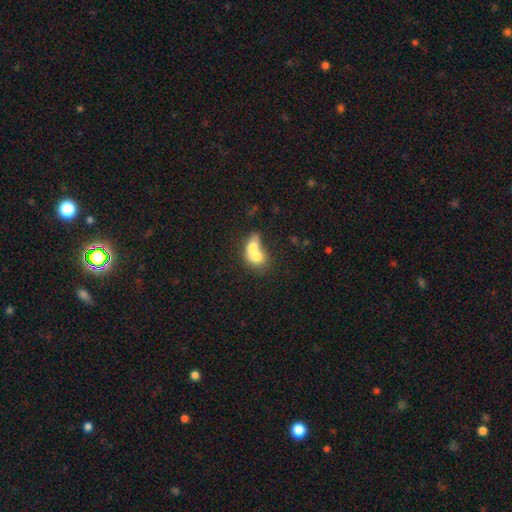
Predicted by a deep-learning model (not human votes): Q: Smooth or featured?
A: smooth (68%); runner-up: featured or disk (24%)
Q: How rounded?
A: in between (56%); runner-up: round (42%)
Q: Merging?
A: merger (78%); runner-up: none (13%)